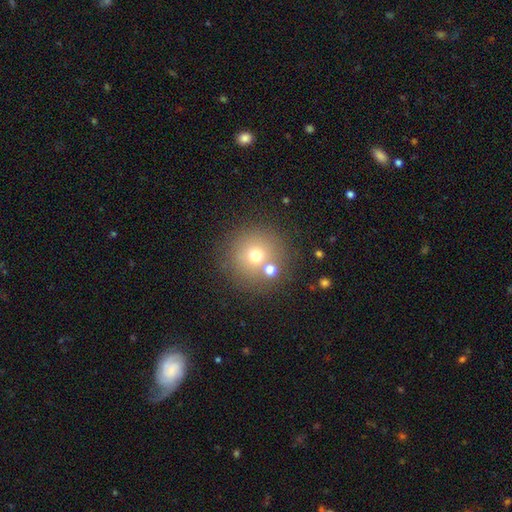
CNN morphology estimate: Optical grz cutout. It shows a smooth galaxy with no disk features (67%) that is round (93%). Merging: none (72%).